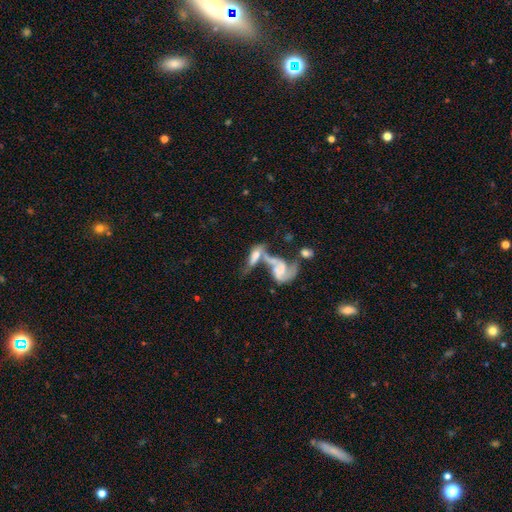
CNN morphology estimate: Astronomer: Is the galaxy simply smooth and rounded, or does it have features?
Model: featured or disk — 54% (runner-up: smooth, 36%).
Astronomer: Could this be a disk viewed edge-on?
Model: no — 85%.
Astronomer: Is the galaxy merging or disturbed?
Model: merger — 69%.